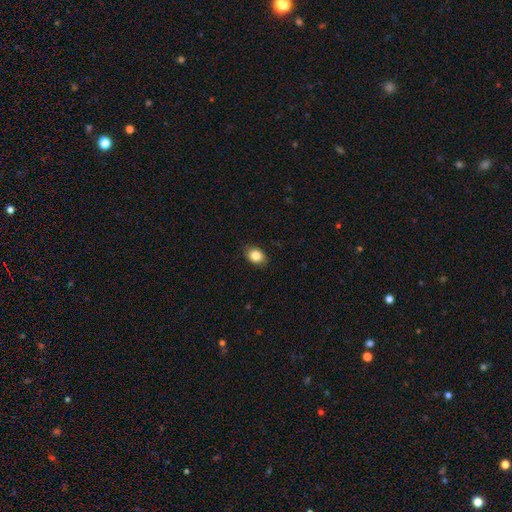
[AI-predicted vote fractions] Smooth or featured? Predicted: smooth (p=0.85). How rounded? Predicted: in between (p=0.70). Merging? Predicted: none (p=0.87).